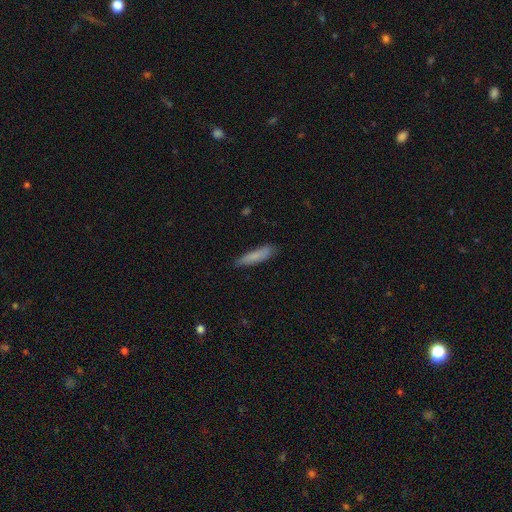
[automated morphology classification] Smooth or featured? smooth (78%)
How rounded? cigar-shaped (79%)
Merging? none (77%)